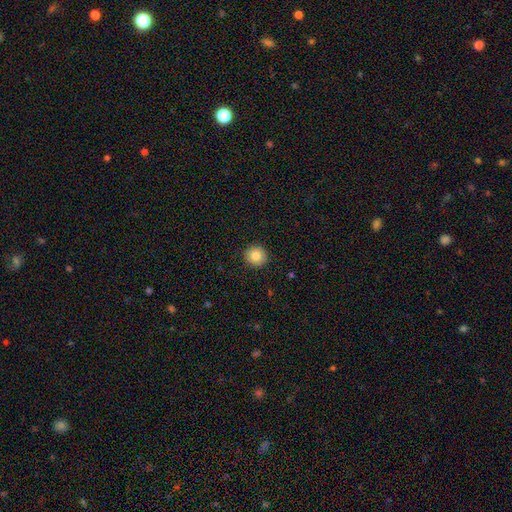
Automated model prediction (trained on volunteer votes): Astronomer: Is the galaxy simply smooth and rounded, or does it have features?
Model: smooth — 83%.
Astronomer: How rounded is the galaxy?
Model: round — 93%.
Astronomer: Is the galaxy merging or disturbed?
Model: none — 92%.